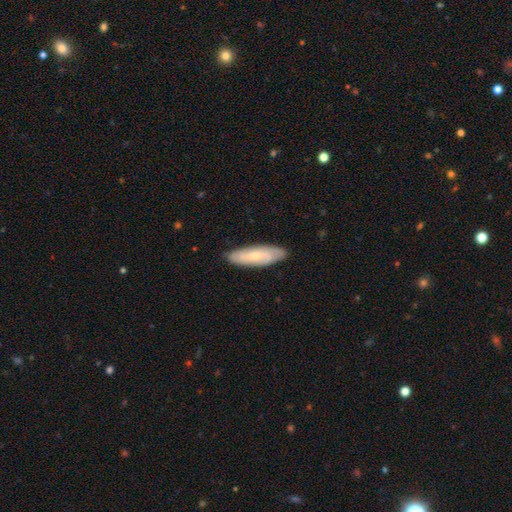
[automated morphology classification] smooth-or-featured: smooth: 51% | featured or disk: 43% | star or artifact: 6%
  how-rounded: cigar-shaped: 58% | in between: 40% | round: 2%
  merging: none: 84% | minor disturbance: 13% | major disturbance: 2% | merger: 1%